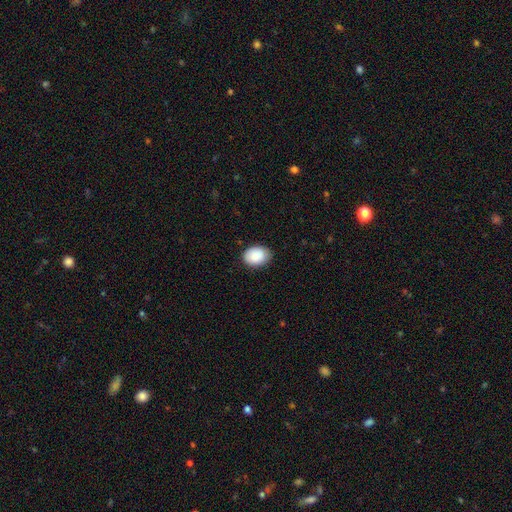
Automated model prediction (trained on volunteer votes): Smooth or featured? smooth (89%)
How rounded? in between (72%)
Merging? none (83%)